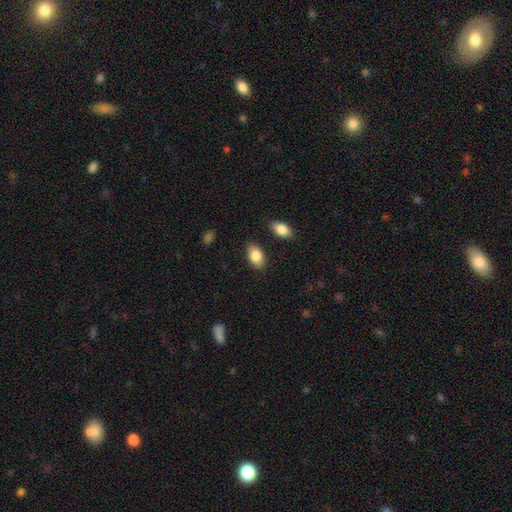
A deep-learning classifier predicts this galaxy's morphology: smooth 85%, featured or disk 9%, star or artifact 7%. Down the decision tree: how rounded — in between (93%); merging — none (85%).